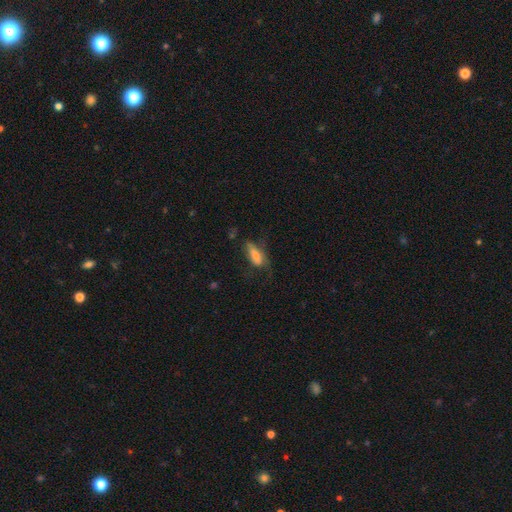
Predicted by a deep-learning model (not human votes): smooth-or-featured: smooth: 70% | featured or disk: 22% | star or artifact: 8%
  how-rounded: in between: 68% | cigar-shaped: 30% | round: 3%
  merging: none: 43% | minor disturbance: 29% | major disturbance: 25% | merger: 3%